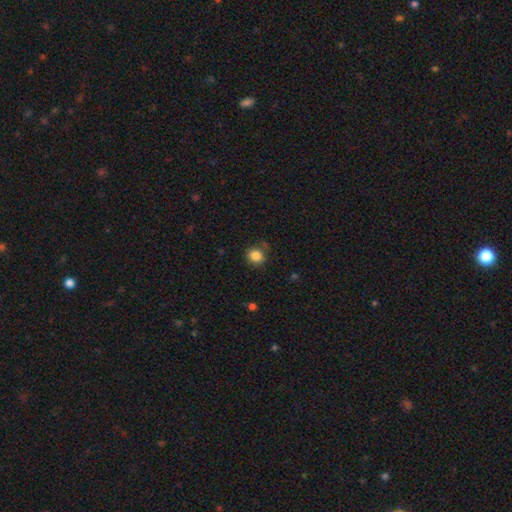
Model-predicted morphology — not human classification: type=smooth (84%); roundness=round (86%); merging=none (80%).